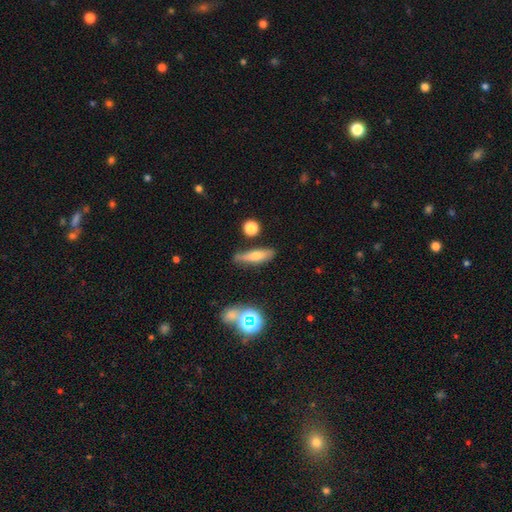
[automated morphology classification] Smooth or featured? smooth (62%)
How rounded? cigar-shaped (59%)
Merging? none (70%)